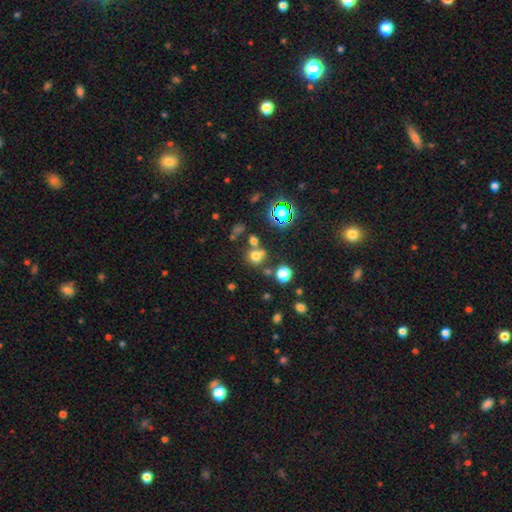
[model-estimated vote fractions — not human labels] Overall: smooth (66%). How rounded: round (84%). Merging: none (58%; merger 27%).